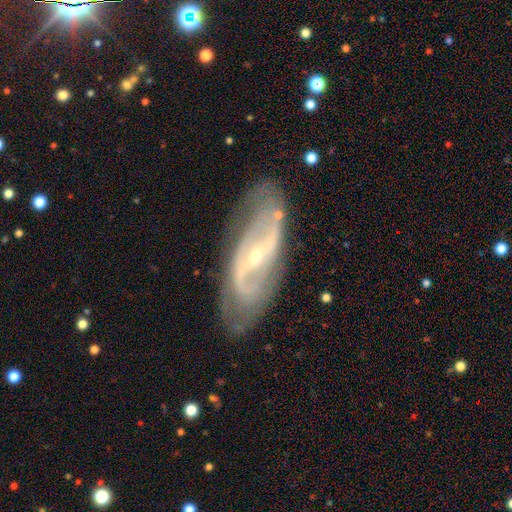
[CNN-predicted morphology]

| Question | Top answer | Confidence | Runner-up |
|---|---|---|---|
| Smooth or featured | featured or disk | 86% | smooth (8%) |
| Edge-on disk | no | 90% | yes (10%) |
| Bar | strong | 43% | weak (35%) |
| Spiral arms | yes | 89% | no (11%) |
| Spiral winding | medium | 43% | tight (29%) |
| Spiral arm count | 2 | 74% | can't tell (15%) |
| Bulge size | small | 74% | moderate (23%) |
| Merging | none | 74% | minor disturbance (17%) |